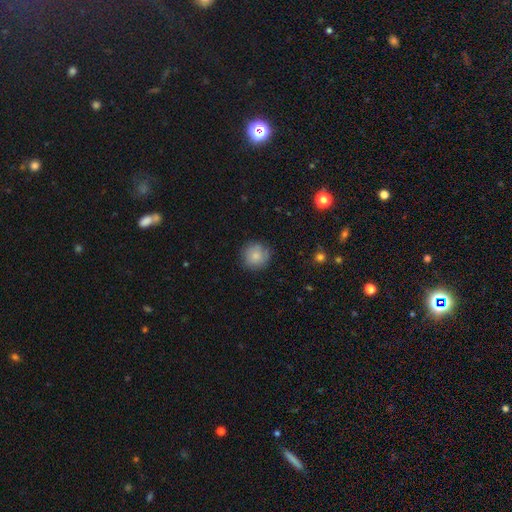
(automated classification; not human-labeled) Smooth or featured? smooth (80%)
How rounded? round (94%)
Merging? none (84%)